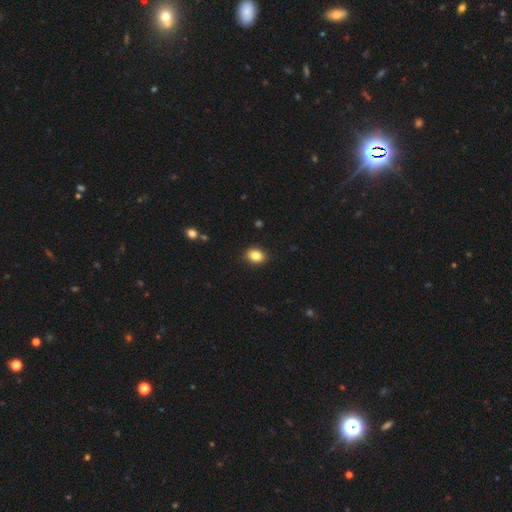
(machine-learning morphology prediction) The model was most divided on "how rounded": in between: 72%, round: 27%, cigar-shaped: 1%. More confident: merging — none (89%); smooth or featured — smooth (84%).